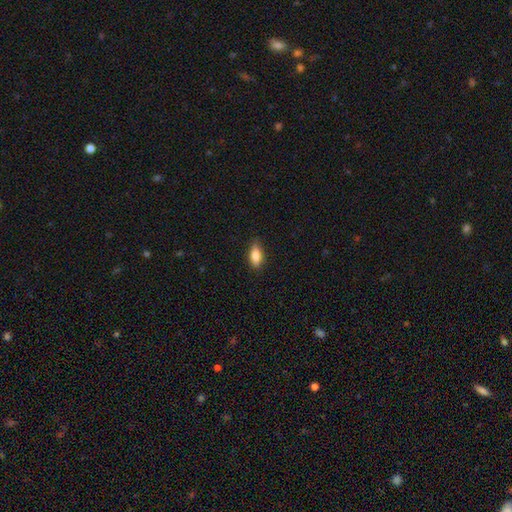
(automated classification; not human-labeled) A smooth galaxy with no disk features (80%) that is in between round and cigar-shaped (79%). Merging: none (84%).